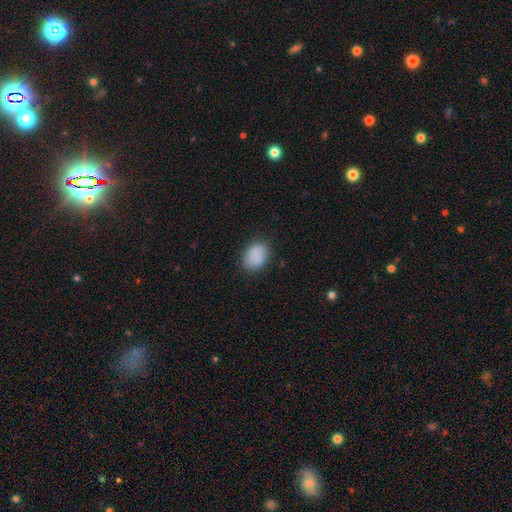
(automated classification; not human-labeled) This is clearly a smooth galaxy (88%). How rounded: likely in between (73%). Merging: clearly none (84%).